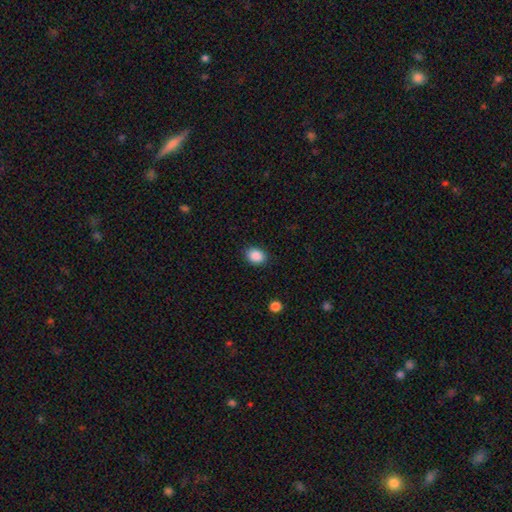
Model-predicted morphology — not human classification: A smooth galaxy with no disk features (88%) that is in between round and cigar-shaped (54%).

Vote fractions:
- Smooth or featured? smooth: 88% / star or artifact: 9% / featured or disk: 3%
- How rounded? in between: 54% / round: 45% / cigar-shaped: 1%
- Merging? none: 88% / minor disturbance: 9% / major disturbance: 2% / merger: 1%